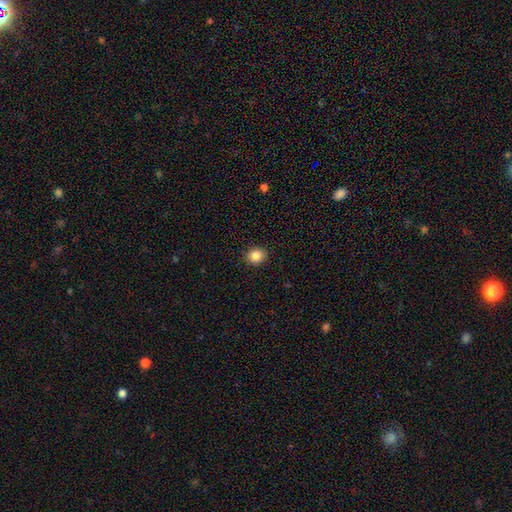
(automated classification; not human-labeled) The model was most divided on "how rounded": round: 72%, in between: 27%, cigar-shaped: 1%. More confident: merging — none (91%); smooth or featured — smooth (85%).